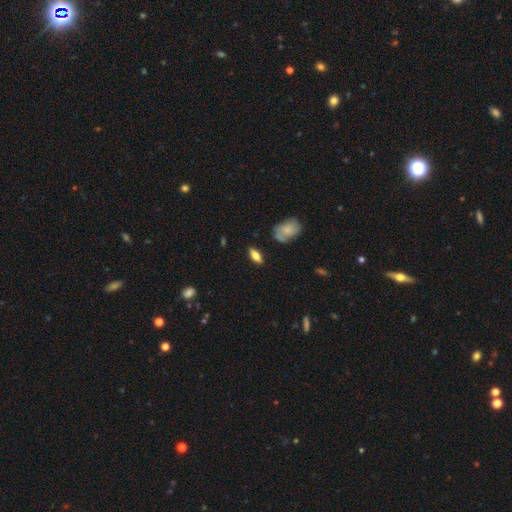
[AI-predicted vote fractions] This is likely a smooth galaxy (69%). How rounded: likely in between (78%). Merging: clearly none (83%).